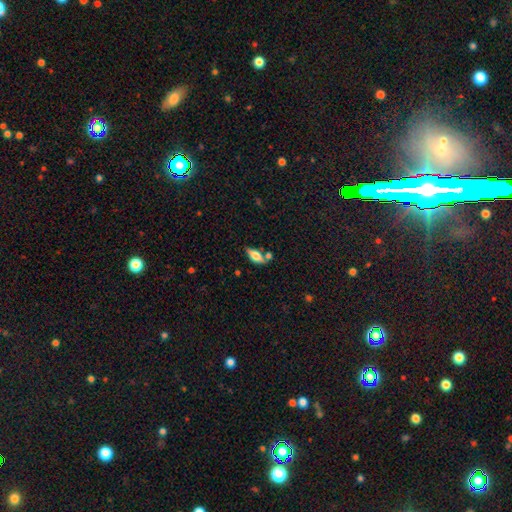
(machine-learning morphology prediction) The model was most divided on "smooth or featured": smooth: 58%, featured or disk: 34%, star or artifact: 7%. More confident: how rounded — in between (76%); merging — none (63%).